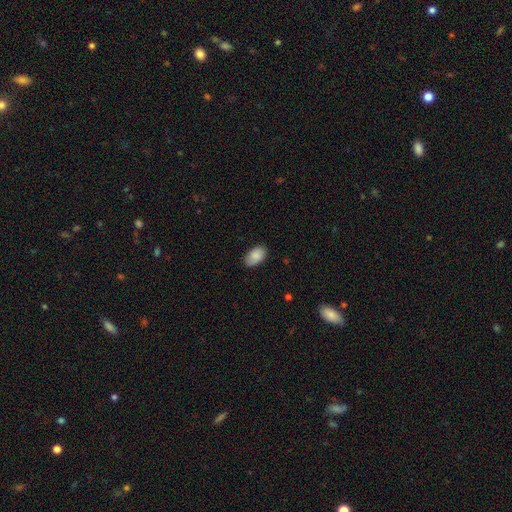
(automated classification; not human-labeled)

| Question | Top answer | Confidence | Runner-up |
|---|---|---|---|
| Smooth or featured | smooth | 87% | star or artifact (6%) |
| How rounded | in between | 93% | round (6%) |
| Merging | none | 84% | minor disturbance (13%) |